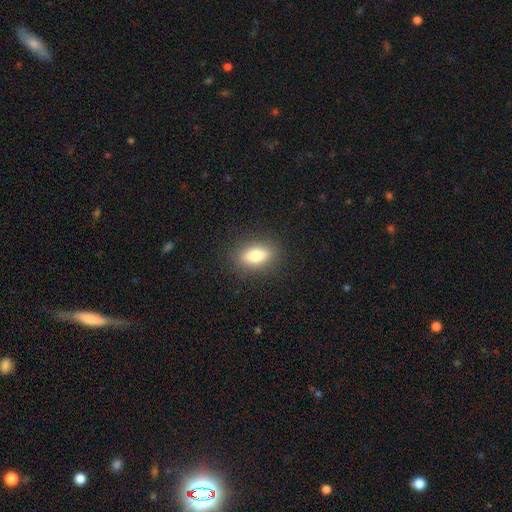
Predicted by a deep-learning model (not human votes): Smooth or featured? smooth (75%)
How rounded? in between (75%)
Merging? none (87%)